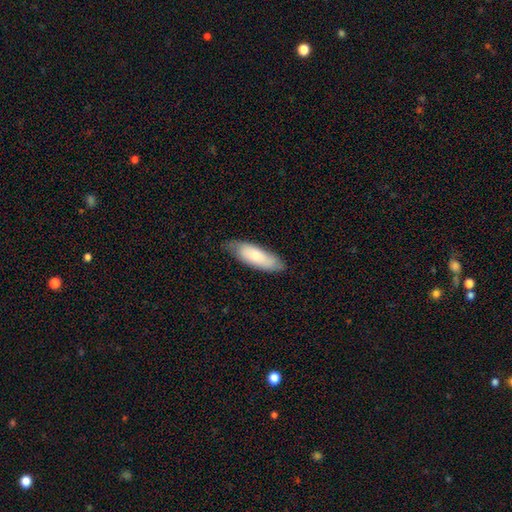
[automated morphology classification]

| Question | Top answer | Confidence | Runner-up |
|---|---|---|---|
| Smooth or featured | smooth | 68% | featured or disk (26%) |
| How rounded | in between | 63% | cigar-shaped (36%) |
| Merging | none | 75% | minor disturbance (20%) |